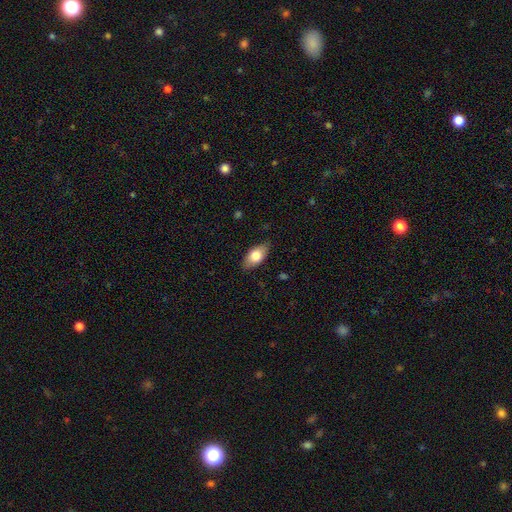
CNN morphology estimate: Smooth or featured? Predicted: smooth (p=0.75). How rounded? Predicted: in between (p=0.90). Merging? Predicted: none (p=0.83).